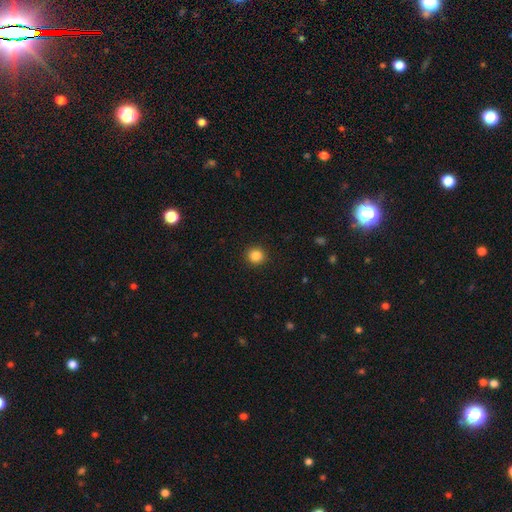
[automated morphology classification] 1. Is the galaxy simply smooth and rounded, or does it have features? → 86% smooth, 11% star or artifact, 4% featured or disk.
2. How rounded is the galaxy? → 93% round, 6% in between, 1% cigar-shaped.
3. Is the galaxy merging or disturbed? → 92% none, 5% minor disturbance, 2% major disturbance, 1% merger.